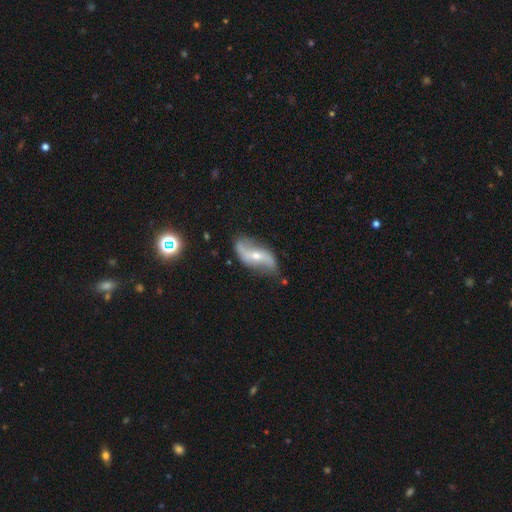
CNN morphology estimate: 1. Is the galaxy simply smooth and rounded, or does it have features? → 80% featured or disk, 14% smooth, 6% star or artifact.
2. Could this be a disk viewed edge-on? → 91% no, 9% yes.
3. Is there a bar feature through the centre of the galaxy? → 38% no, 34% weak, 28% strong.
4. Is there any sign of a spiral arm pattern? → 90% yes, 10% no.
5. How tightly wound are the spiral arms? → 87% loose, 10% medium, 4% tight.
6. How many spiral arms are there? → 92% 2, 3% can't tell, 2% 1, 1% 3, 1% 4, 1% more than 4.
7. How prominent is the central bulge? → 48% small, 46% moderate, 2% large, 2% none, 1% dominant.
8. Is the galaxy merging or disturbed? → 69% none, 21% minor disturbance, 8% major disturbance, 3% merger.